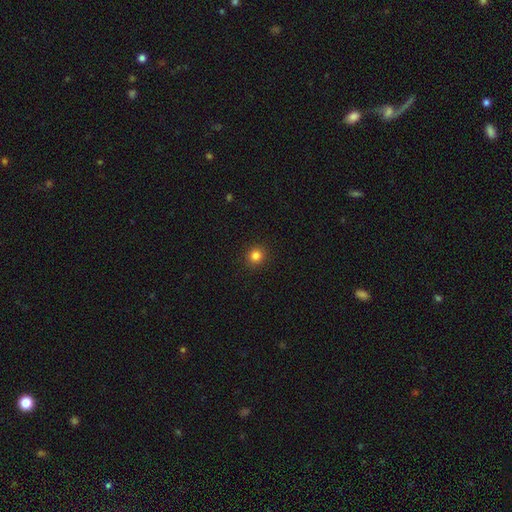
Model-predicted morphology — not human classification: This appears to be a smooth galaxy with no disk features (83%) that is round (91%). Merging: none (93%).